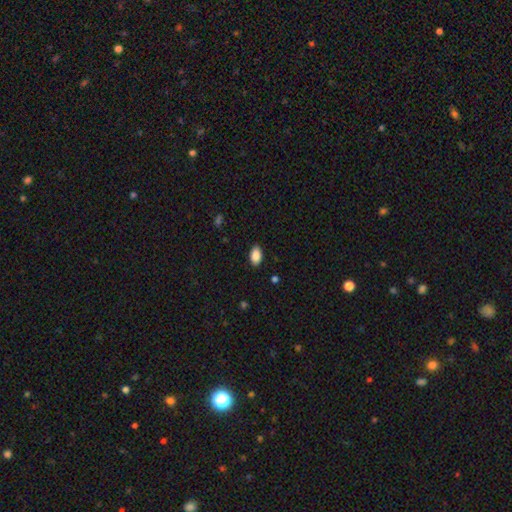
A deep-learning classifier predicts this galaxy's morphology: A smooth galaxy with no disk features (89%) that is in between round and cigar-shaped (93%). Merging: none (88%).